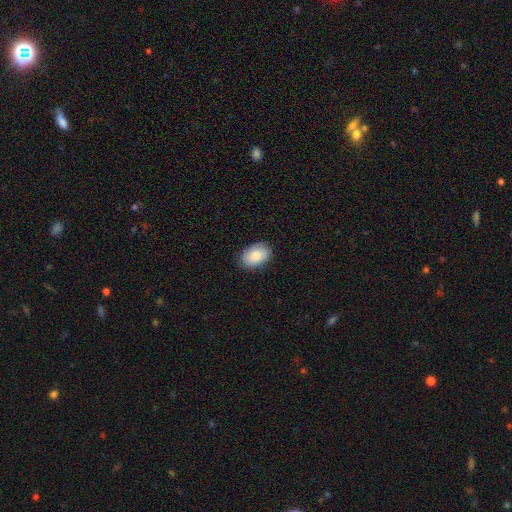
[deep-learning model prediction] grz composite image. It shows a smooth galaxy with no disk features (87%) that is in between round and cigar-shaped (88%). Merging: none (85%).